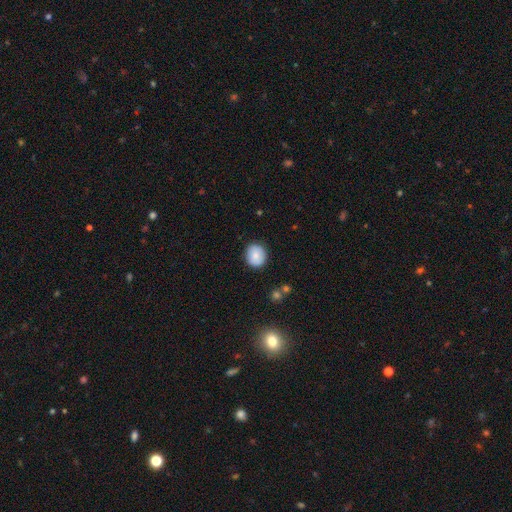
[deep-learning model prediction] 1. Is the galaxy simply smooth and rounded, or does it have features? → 81% smooth, 11% featured or disk, 8% star or artifact.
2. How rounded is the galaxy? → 78% round, 21% in between, 1% cigar-shaped.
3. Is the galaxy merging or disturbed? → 87% none, 10% minor disturbance, 2% major disturbance, 1% merger.